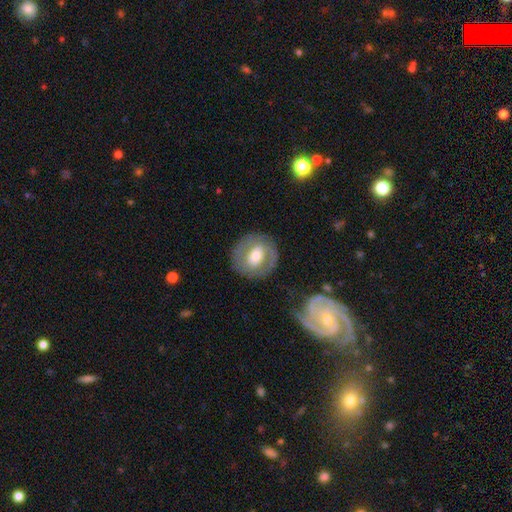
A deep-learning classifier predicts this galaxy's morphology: A featured or disk galaxy (56%) with no bar (49%), spiral arms (52%) and a moderate central bulge (57%). Merging: none (79%).